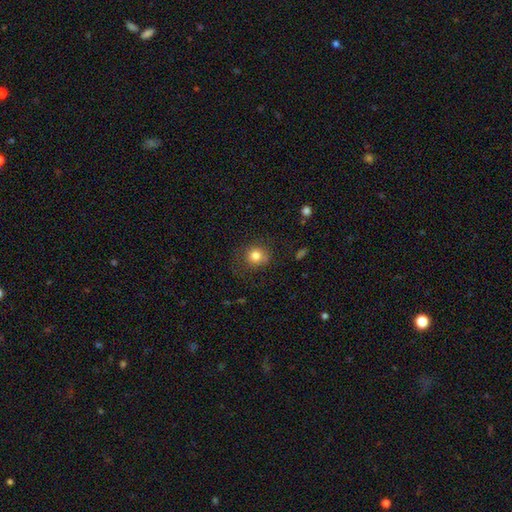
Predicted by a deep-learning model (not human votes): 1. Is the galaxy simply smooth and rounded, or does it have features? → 81% smooth, 11% star or artifact, 8% featured or disk.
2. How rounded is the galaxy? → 82% round, 17% in between, 1% cigar-shaped.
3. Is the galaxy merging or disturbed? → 71% none, 18% minor disturbance, 9% major disturbance, 1% merger.